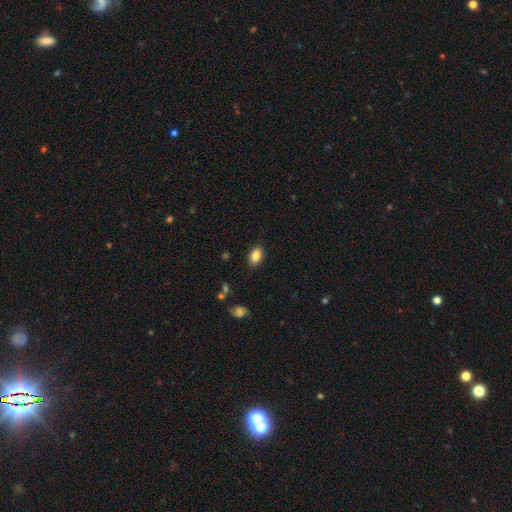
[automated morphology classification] smooth-or-featured: smooth: 85% | star or artifact: 8% | featured or disk: 6%
  how-rounded: in between: 88% | round: 10% | cigar-shaped: 2%
  merging: none: 87% | minor disturbance: 9% | major disturbance: 2% | merger: 1%